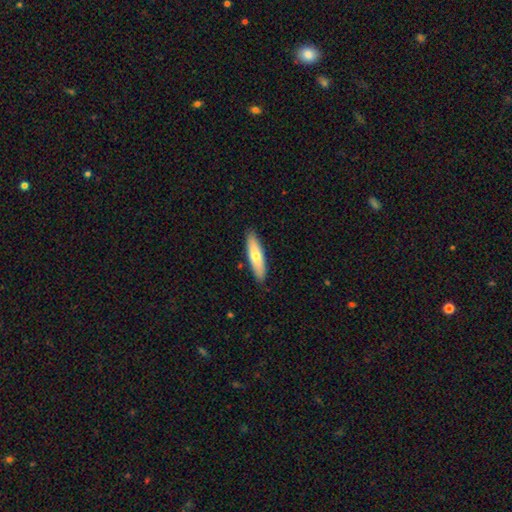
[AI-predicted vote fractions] A smooth galaxy with no disk features (67%) that is cigar-shaped (66%).

Vote fractions:
- Smooth or featured? smooth: 67% / featured or disk: 27% / star or artifact: 5%
- How rounded? cigar-shaped: 66% / in between: 33% / round: 2%
- Merging? none: 88% / minor disturbance: 9% / major disturbance: 2% / merger: 1%